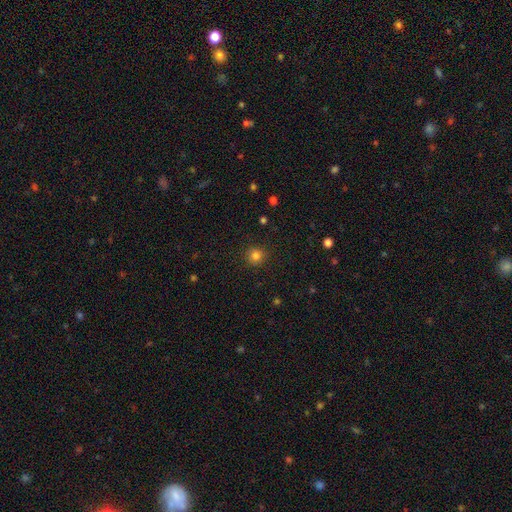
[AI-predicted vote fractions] A smooth galaxy with no disk features (82%) that is round (93%).

Vote fractions:
- Smooth or featured? smooth: 82% / star or artifact: 13% / featured or disk: 5%
- How rounded? round: 93% / in between: 6% / cigar-shaped: 1%
- Merging? none: 90% / minor disturbance: 7% / major disturbance: 2% / merger: 1%